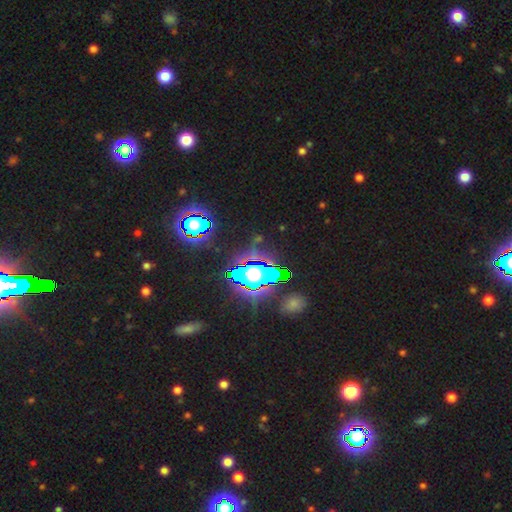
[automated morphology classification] Overall: star or artifact (82%).